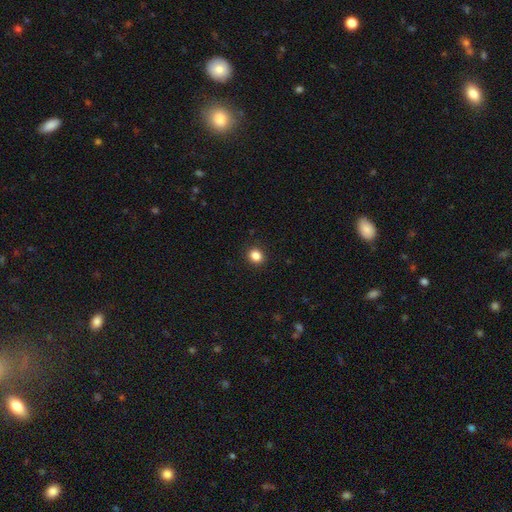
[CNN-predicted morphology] Smooth or featured: smooth — 86% (star or artifact — 11%)
How rounded: round — 76% (in between — 23%)
Merging: none — 92% (minor disturbance — 6%)